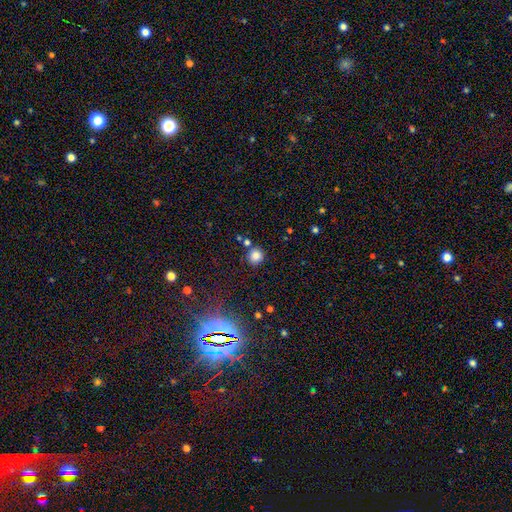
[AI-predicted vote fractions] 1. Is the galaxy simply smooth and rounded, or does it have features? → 82% smooth, 13% star or artifact, 5% featured or disk.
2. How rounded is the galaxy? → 91% round, 8% in between, 1% cigar-shaped.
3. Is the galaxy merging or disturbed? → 80% none, 9% minor disturbance, 7% merger, 3% major disturbance.